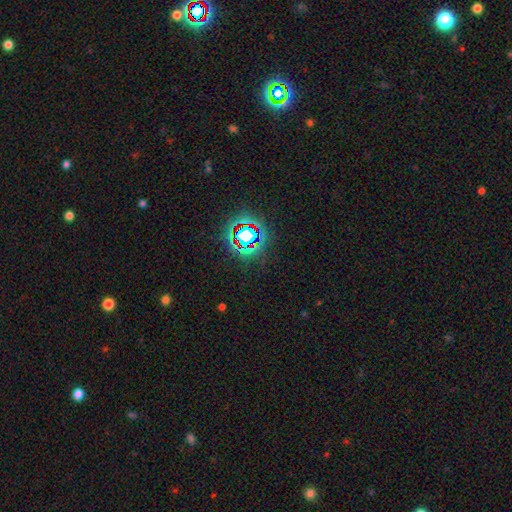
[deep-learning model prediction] star or artifact 80%, smooth 12%, featured or disk 8%.